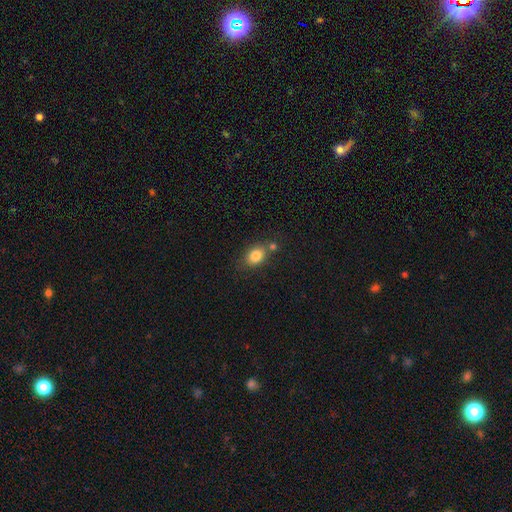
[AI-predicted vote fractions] This is clearly a smooth galaxy (82%). How rounded: likely in between (64%). Merging: likely none (61%).